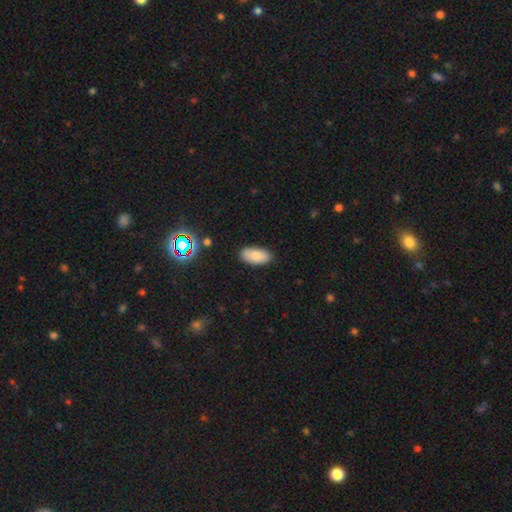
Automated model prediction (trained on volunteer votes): This appears to be a smooth galaxy with no disk features (85%) that is in between round and cigar-shaped (93%). Merging: none (86%).